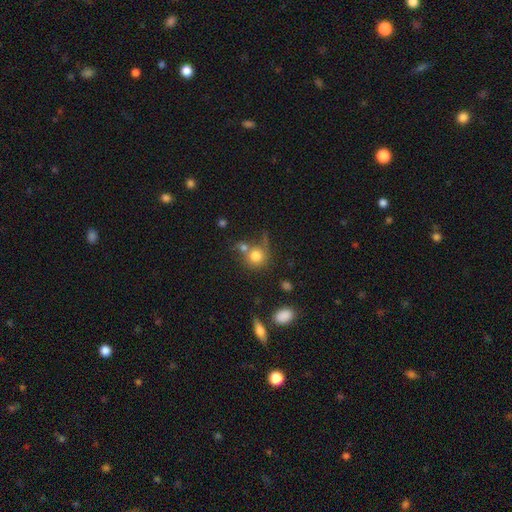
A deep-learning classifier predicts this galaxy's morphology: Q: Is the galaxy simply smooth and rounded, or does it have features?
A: smooth — 78%.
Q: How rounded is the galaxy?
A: round — 86%.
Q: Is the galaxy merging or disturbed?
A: none — 45%.